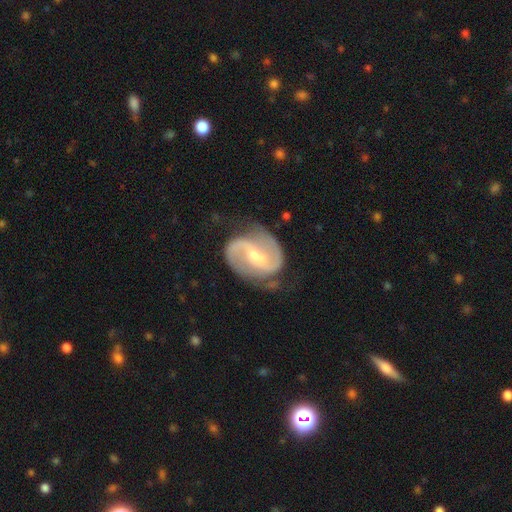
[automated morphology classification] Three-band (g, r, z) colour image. It shows a featured or disk galaxy (90%) with a weak bar (41%), 2 (92%) medium (55%) spiral arms (97%) and a small central bulge (62%). Merging: none (72%).